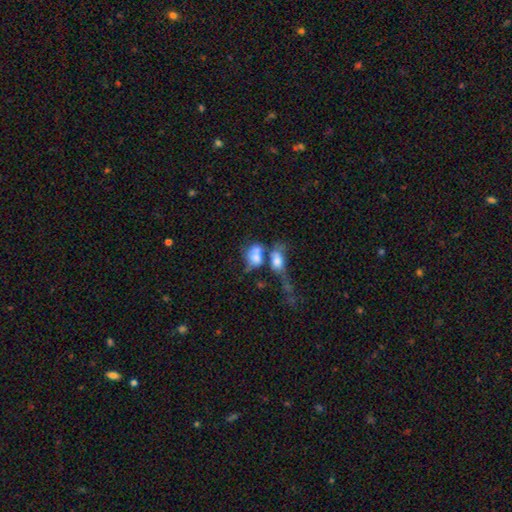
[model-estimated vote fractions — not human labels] smooth 63%, featured or disk 27%, star or artifact 11%. Down the decision tree: how rounded — in between (81%); merging — merger (66%).